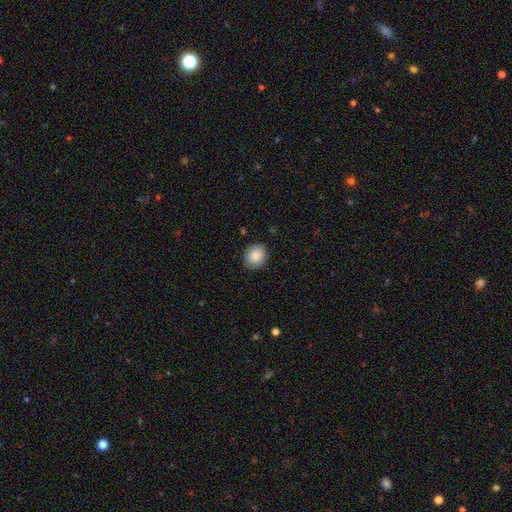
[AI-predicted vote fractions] Smooth or featured? Predicted: smooth (p=0.88). How rounded? Predicted: round (p=0.69). Merging? Predicted: none (p=0.88).